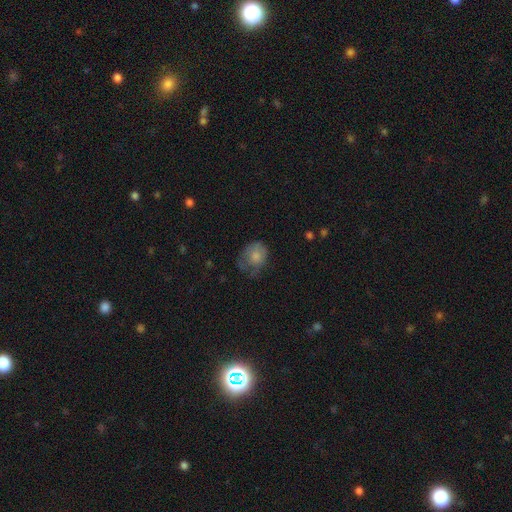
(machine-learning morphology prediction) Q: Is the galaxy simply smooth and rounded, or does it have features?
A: smooth — 73%.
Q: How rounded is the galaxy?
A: round — 56%.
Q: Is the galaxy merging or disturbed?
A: none — 39%.